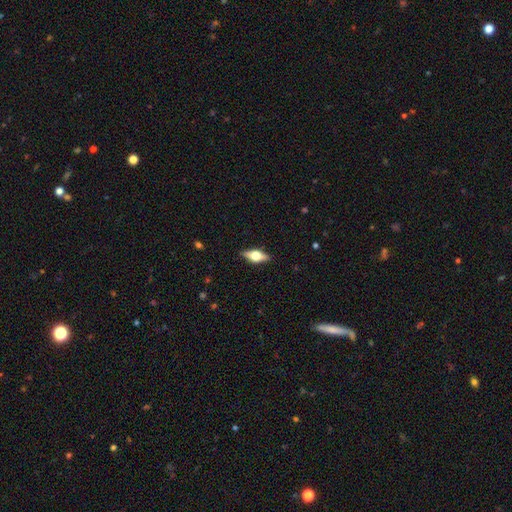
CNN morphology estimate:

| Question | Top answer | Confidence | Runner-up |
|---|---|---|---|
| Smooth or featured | featured or disk | 62% | smooth (31%) |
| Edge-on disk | yes | 94% | no (6%) |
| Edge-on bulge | rounded | 95% | boxy (4%) |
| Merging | none | 88% | minor disturbance (9%) |